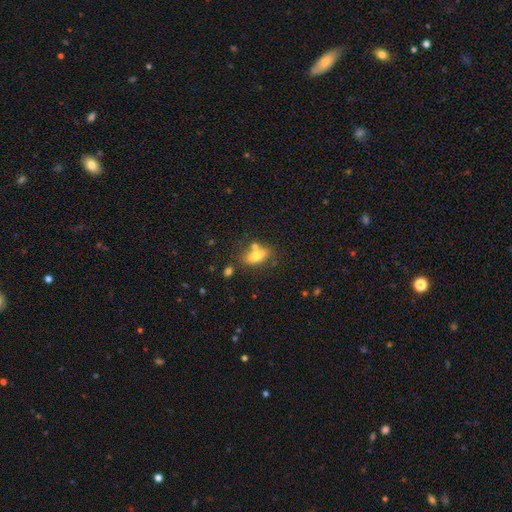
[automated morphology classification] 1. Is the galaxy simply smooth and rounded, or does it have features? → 73% smooth, 18% featured or disk, 9% star or artifact.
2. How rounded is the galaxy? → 80% in between, 15% cigar-shaped, 6% round.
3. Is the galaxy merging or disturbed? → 65% none, 16% merger, 15% minor disturbance, 4% major disturbance.